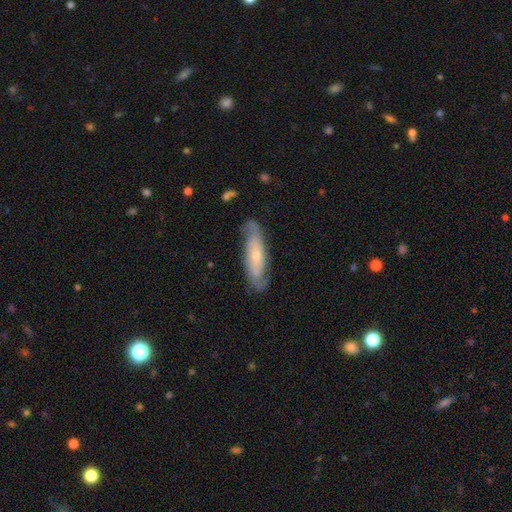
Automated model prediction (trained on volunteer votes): featured or disk 67%, smooth 27%, star or artifact 6%. Down the decision tree: edge-on disk — no (76%); bar — no (66%); spiral arms — yes (87%); bulge size — small (65%); merging — none (77%).